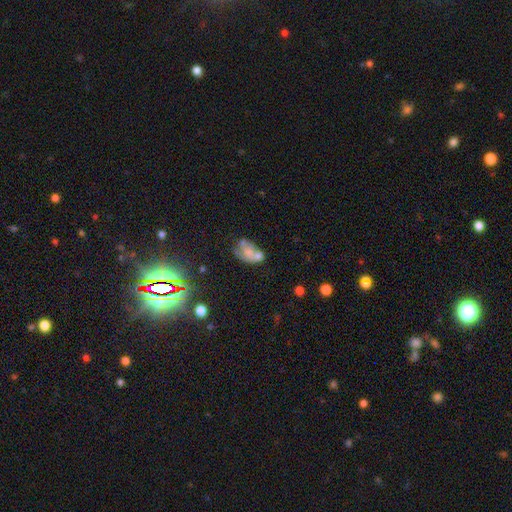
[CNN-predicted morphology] The model was most divided on "smooth or featured": smooth: 46%, featured or disk: 39%, star or artifact: 15%. Remaining: merging — merger (38%).